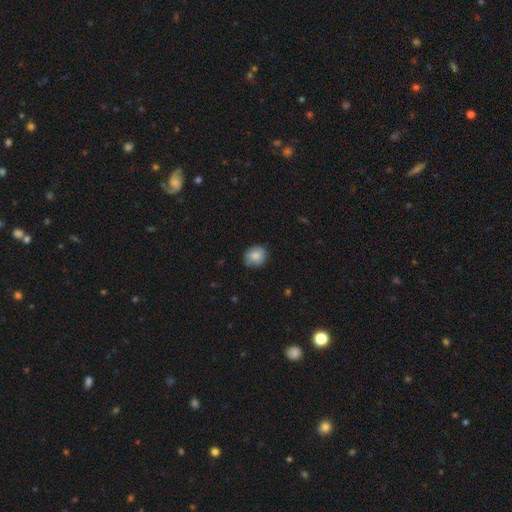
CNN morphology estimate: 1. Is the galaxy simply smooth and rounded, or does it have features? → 82% smooth, 10% featured or disk, 8% star or artifact.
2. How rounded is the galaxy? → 68% round, 31% in between, 1% cigar-shaped.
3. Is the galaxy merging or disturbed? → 78% none, 18% minor disturbance, 3% major disturbance, 1% merger.